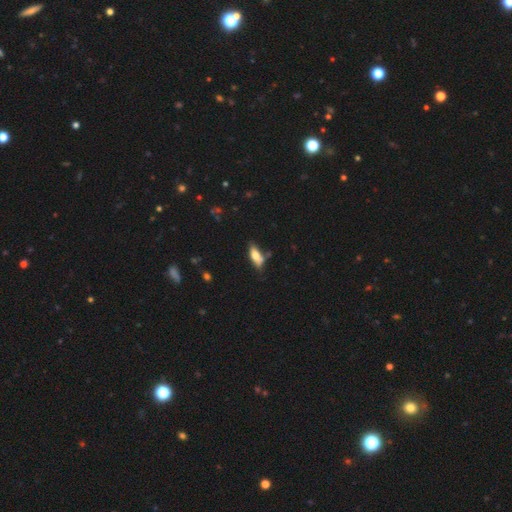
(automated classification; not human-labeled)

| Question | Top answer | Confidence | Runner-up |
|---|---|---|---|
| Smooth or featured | smooth | 67% | featured or disk (26%) |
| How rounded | in between | 74% | cigar-shaped (23%) |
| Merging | none | 63% | minor disturbance (22%) |